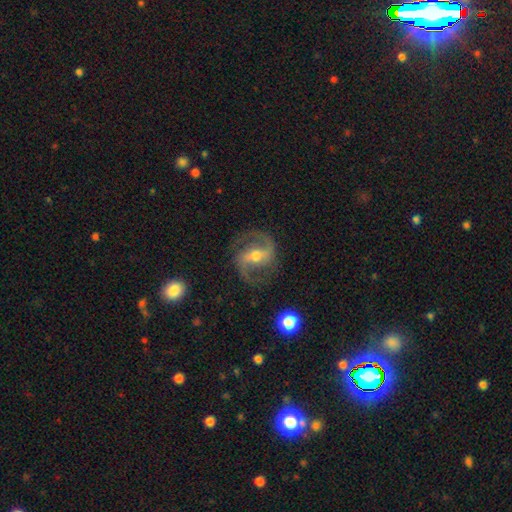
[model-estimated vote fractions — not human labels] smooth_or_featured: featured or disk (p=0.90) [alt: smooth p=0.05]
disk_edge_on: no (p=0.98) [alt: yes p=0.02]
bar: strong (p=0.46) [alt: weak p=0.38]
has_spiral_arms: yes (p=0.97) [alt: no p=0.03]
spiral_winding: medium (p=0.60) [alt: loose p=0.25]
spiral_arm_count: 2 (p=0.93) [alt: can't tell p=0.02]
bulge_size: moderate (p=0.59) [alt: small p=0.35]
merging: none (p=0.81) [alt: minor disturbance p=0.12]